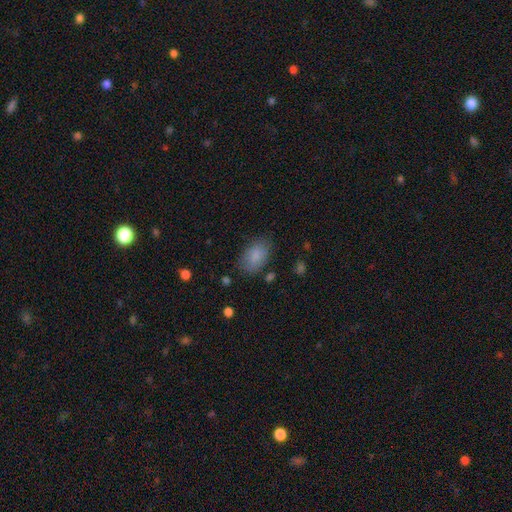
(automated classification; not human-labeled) smooth 86%, star or artifact 8%, featured or disk 7%. Down the decision tree: how rounded — in between (90%); merging — none (77%).